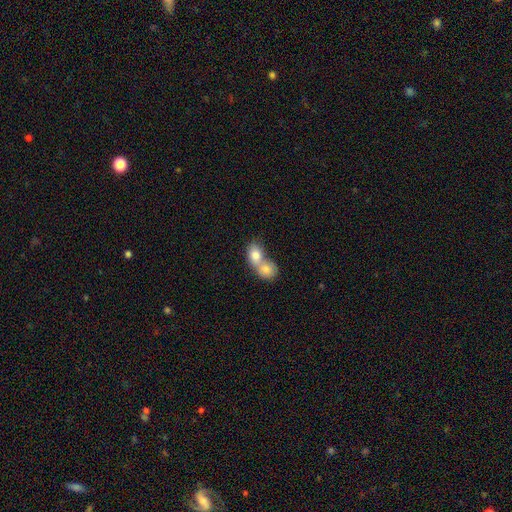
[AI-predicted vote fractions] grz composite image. It shows a smooth galaxy with no disk features (79%) that is in between round and cigar-shaped (56%). Merging: merger (78%).